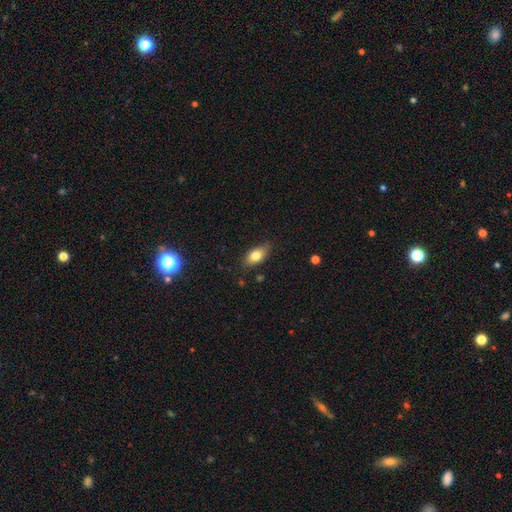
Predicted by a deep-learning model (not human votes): smooth_or_featured: smooth (p=0.78) [alt: featured or disk p=0.15]
how_rounded: in between (p=0.87) [alt: round p=0.06]
merging: none (p=0.78) [alt: minor disturbance p=0.17]